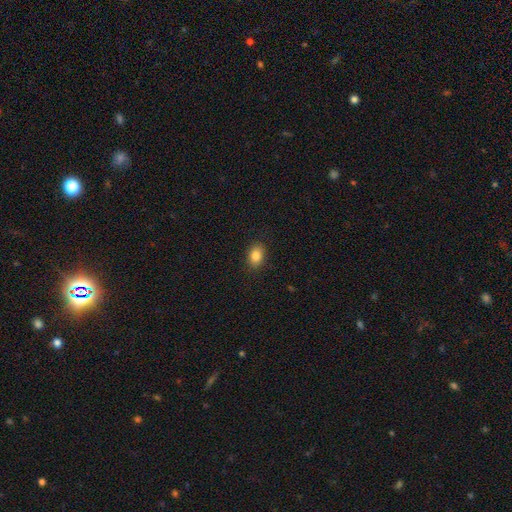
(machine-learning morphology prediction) A smooth galaxy with no disk features (85%) that is in between round and cigar-shaped (78%). Merging: none (88%).